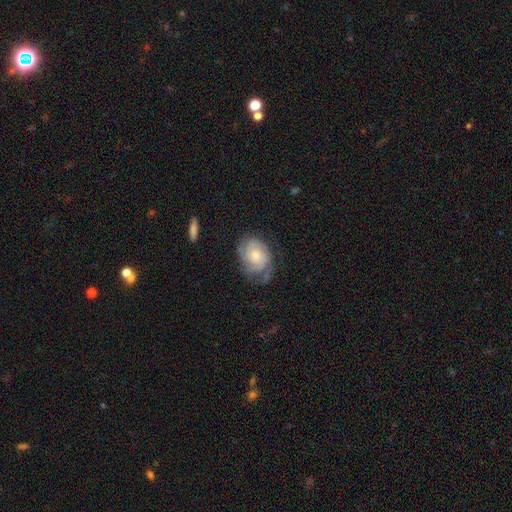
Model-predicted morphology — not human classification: smooth-or-featured: featured or disk: 71% | smooth: 22% | star or artifact: 7%
  disk-edge-on: no: 97% | yes: 3%
    bar: no: 74% | weak: 23% | strong: 3%
    has-spiral-arms: yes: 93% | no: 7%
      spiral-winding: tight: 60% | medium: 31% | loose: 9%
      spiral-arm-count: can't tell: 32% | 2: 29% | 3: 22% | 4: 7% | 1: 6% | more than 4: 4%
    bulge-size: small: 46% | moderate: 42% | large: 6% | none: 4% | dominant: 1%
  merging: none: 57% | minor disturbance: 26% | major disturbance: 16% | merger: 2%